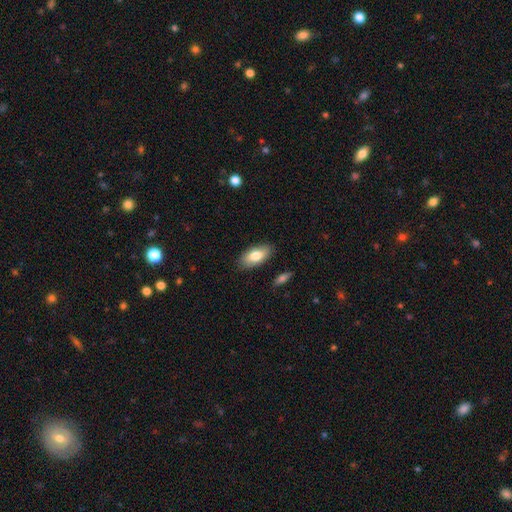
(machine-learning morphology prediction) smooth_or_featured: smooth (p=0.79) [alt: featured or disk p=0.15]
how_rounded: in between (p=0.90) [alt: cigar-shaped p=0.07]
merging: none (p=0.86) [alt: minor disturbance p=0.10]